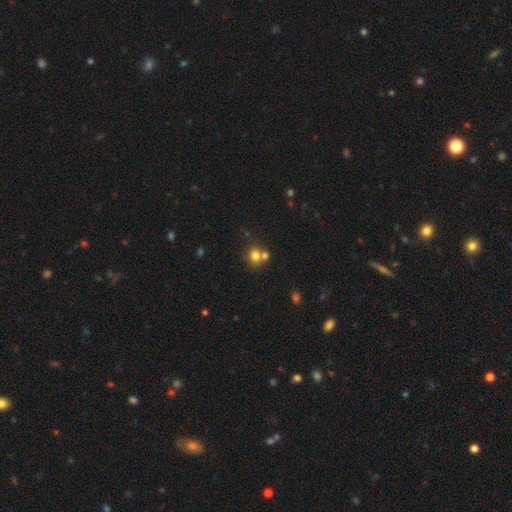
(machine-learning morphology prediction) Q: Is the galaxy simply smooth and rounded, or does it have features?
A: smooth — 76%.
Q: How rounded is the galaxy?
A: round — 84%.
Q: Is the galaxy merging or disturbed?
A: none — 53%.